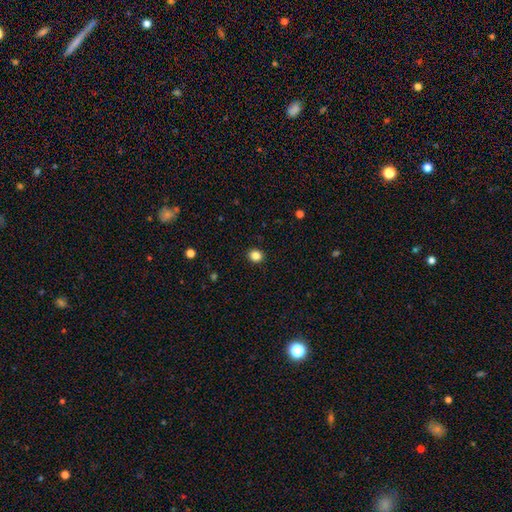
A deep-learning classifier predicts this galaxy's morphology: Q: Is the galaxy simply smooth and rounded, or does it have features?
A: smooth — 84%.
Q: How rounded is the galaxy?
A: round — 84%.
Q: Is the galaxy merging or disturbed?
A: none — 92%.